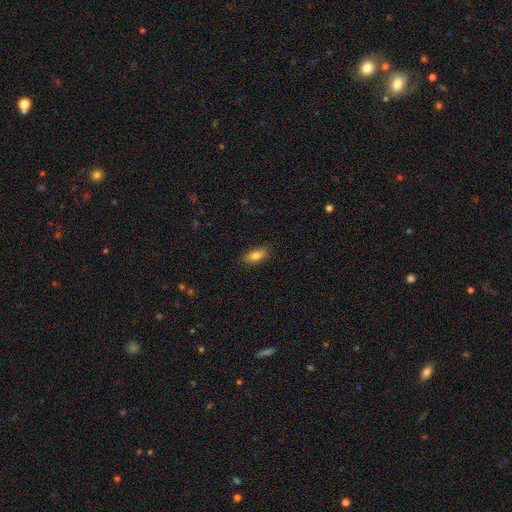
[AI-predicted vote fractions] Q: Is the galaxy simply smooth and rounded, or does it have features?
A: smooth — 80%.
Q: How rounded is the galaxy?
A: in between — 82%.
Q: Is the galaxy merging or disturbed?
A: none — 86%.